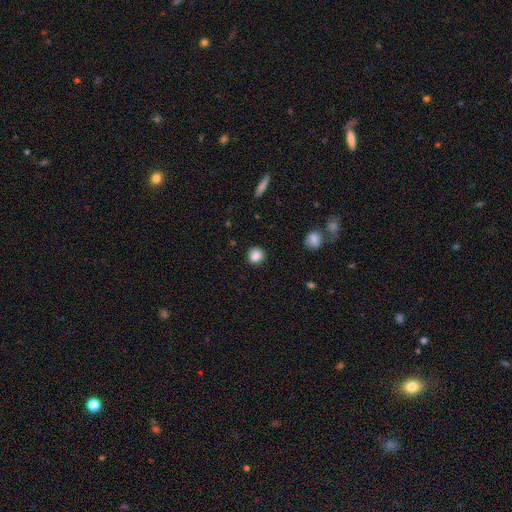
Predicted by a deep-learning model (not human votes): The model was most divided on "smooth or featured": smooth: 87%, star or artifact: 10%, featured or disk: 3%. More confident: how rounded — round (89%); merging — none (89%).